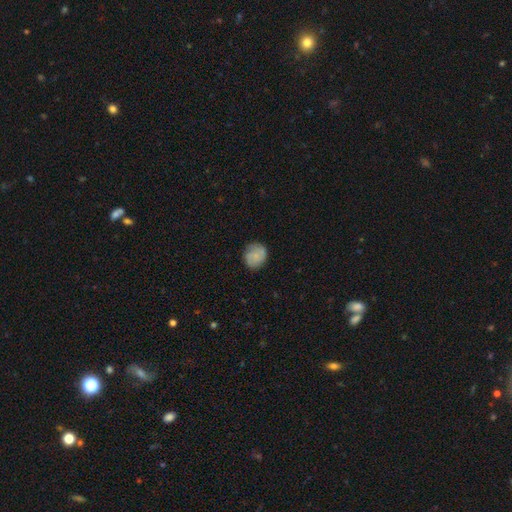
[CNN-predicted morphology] smooth 71%, featured or disk 21%, star or artifact 8%. Down the decision tree: how rounded — round (80%); merging — none (76%).